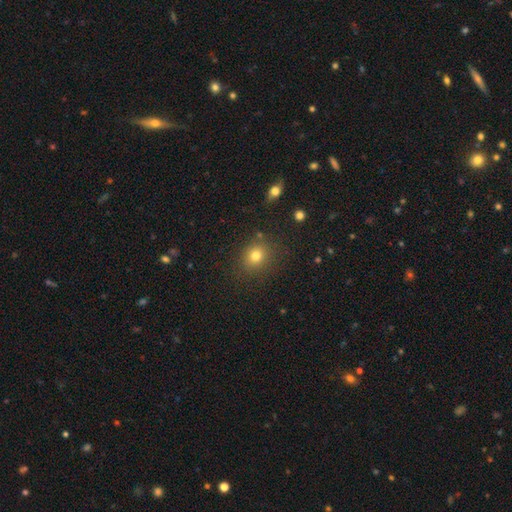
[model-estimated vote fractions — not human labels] A smooth galaxy with no disk features (78%) that is round (72%). Merging: none (83%).